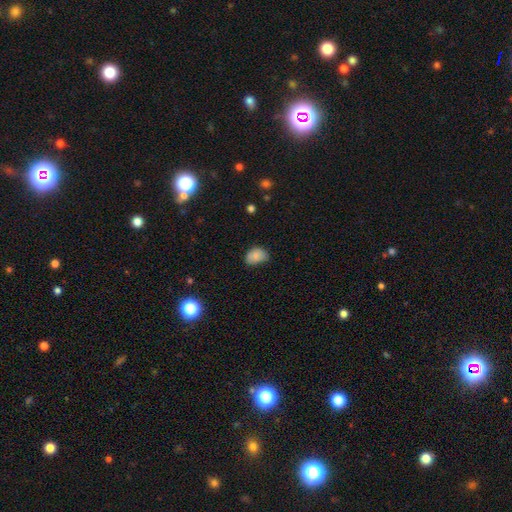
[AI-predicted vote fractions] The model was most divided on "merging": none: 51%, minor disturbance: 39%, major disturbance: 8%, merger: 2%. More confident: smooth or featured — smooth (80%); how rounded — in between (77%).